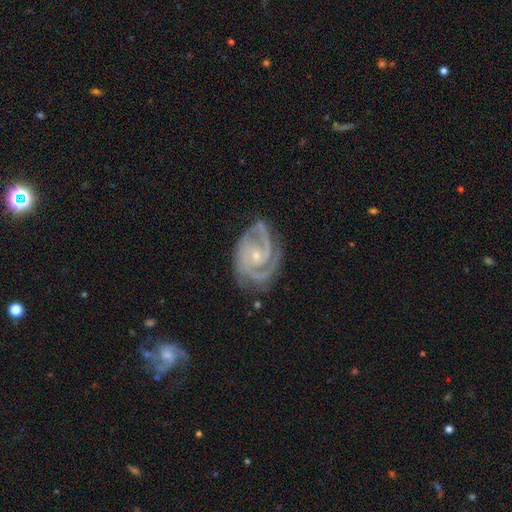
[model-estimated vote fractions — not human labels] A featured or disk galaxy (92%) with no bar (66%), 2 (51%) tight (59%) spiral arms (98%) and a small central bulge (75%).

Vote fractions:
- Smooth or featured? featured or disk: 92% / star or artifact: 4% / smooth: 3%
- Edge-on disk? no: 98% / yes: 2%
- Bar? no: 66% / weak: 26% / strong: 8%
- Spiral arms? yes: 98% / no: 2%
- Spiral winding? tight: 59% / medium: 37% / loose: 4%
- Spiral arm count? 2: 51% / 3: 31% / can't tell: 6% / 4: 4% / 1: 4% / more than 4: 3%
- Bulge size? small: 75% / moderate: 22% / none: 1% / large: 1% / dominant: 1%
- Merging? none: 70% / minor disturbance: 21% / major disturbance: 7% / merger: 2%